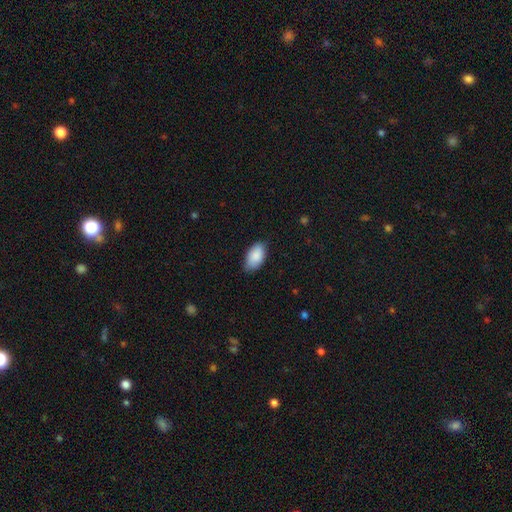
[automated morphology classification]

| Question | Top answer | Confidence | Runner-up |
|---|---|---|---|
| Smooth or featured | smooth | 88% | star or artifact (6%) |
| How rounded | in between | 95% | round (3%) |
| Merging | none | 76% | minor disturbance (20%) |